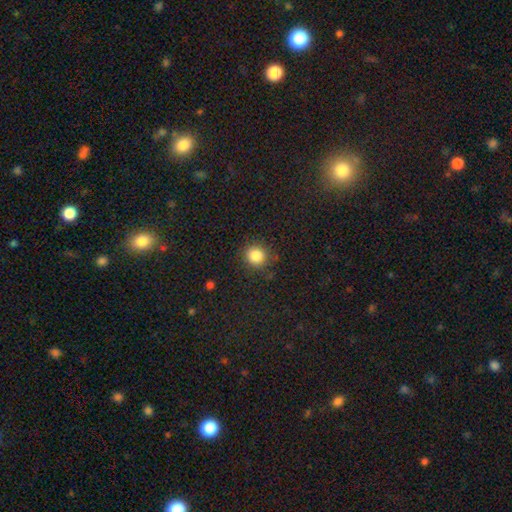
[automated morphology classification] smooth_or_featured: smooth (p=0.84) [alt: star or artifact p=0.11]
how_rounded: round (p=0.88) [alt: in between p=0.11]
merging: none (p=0.86) [alt: minor disturbance p=0.09]